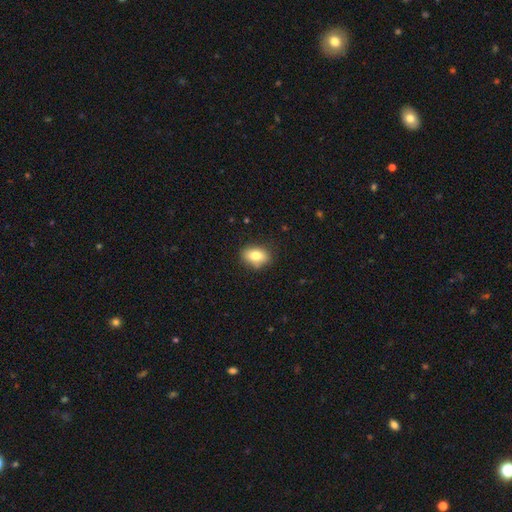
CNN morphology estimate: Q: Smooth or featured?
A: smooth (81%); runner-up: featured or disk (10%)
Q: How rounded?
A: in between (82%); runner-up: round (16%)
Q: Merging?
A: none (82%); runner-up: minor disturbance (13%)